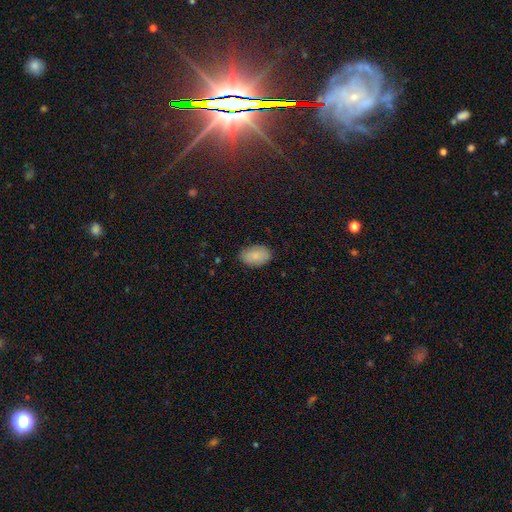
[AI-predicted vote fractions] A smooth galaxy with no disk features (85%) that is in between round and cigar-shaped (91%). Merging: none (84%).